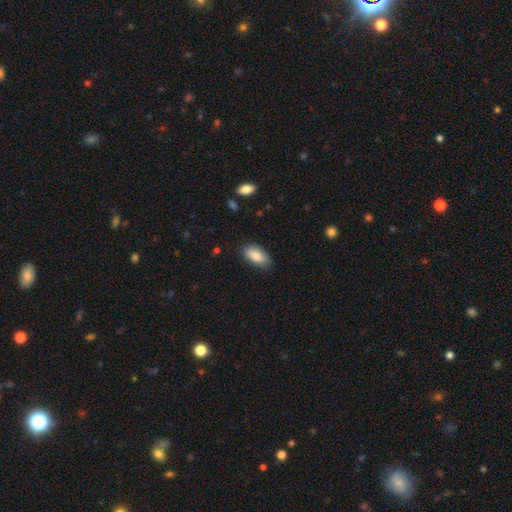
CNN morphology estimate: Q: Smooth or featured?
A: smooth (86%); runner-up: featured or disk (7%)
Q: How rounded?
A: in between (91%); runner-up: cigar-shaped (7%)
Q: Merging?
A: none (79%); runner-up: minor disturbance (17%)